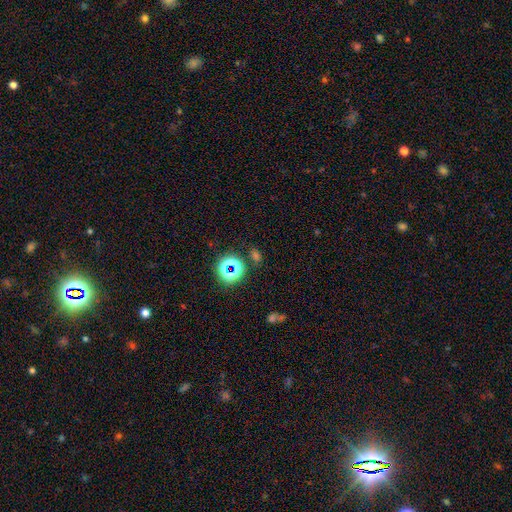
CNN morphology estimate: Smooth or featured: star or artifact — 54% (smooth — 38%)